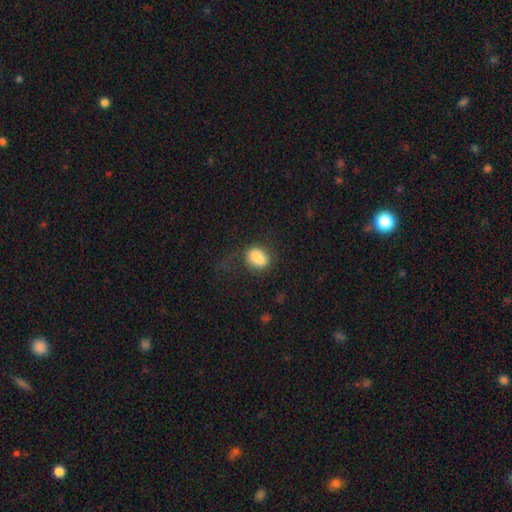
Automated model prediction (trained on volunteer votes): Q: Smooth or featured?
A: smooth (75%); runner-up: featured or disk (15%)
Q: How rounded?
A: in between (56%); runner-up: round (42%)
Q: Merging?
A: none (39%); runner-up: merger (34%)